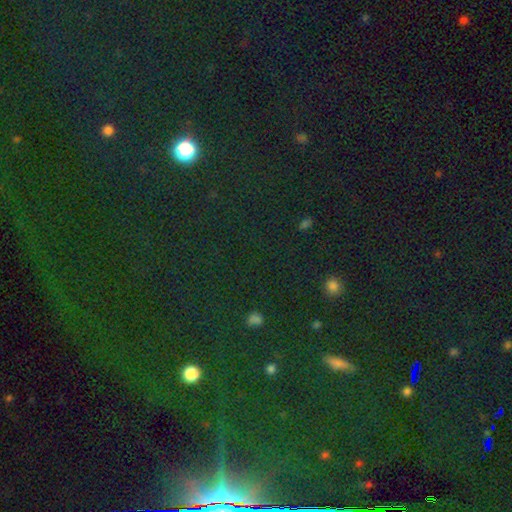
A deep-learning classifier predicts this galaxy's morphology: smooth_or_featured: star or artifact (p=0.73) [alt: smooth p=0.18]